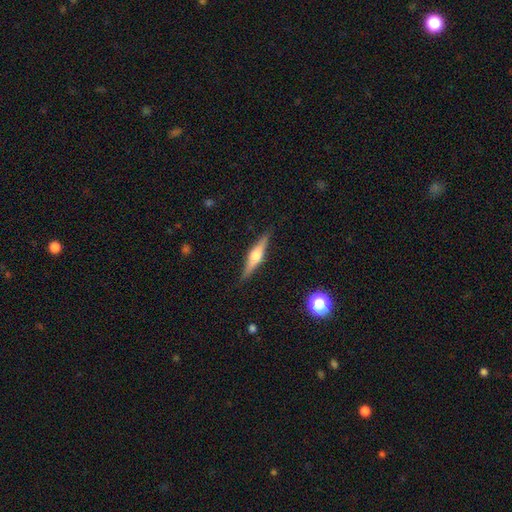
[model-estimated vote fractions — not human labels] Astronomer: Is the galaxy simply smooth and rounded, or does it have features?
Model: featured or disk — 69%.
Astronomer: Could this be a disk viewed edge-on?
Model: yes — 97%.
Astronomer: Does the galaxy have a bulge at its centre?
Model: rounded — 92%.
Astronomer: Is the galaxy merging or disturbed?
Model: none — 89%.